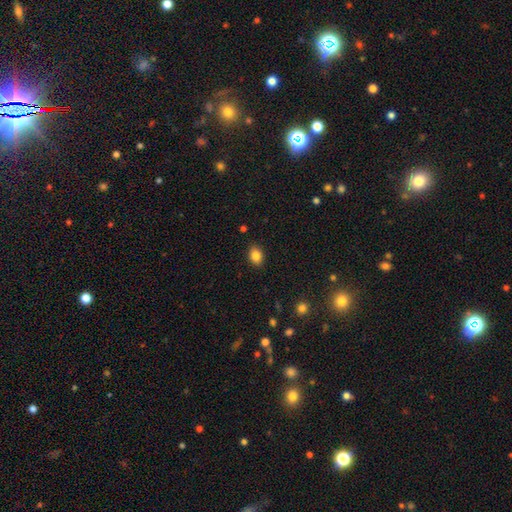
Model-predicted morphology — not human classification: This appears to be a smooth galaxy with no disk features (85%) that is in between round and cigar-shaped (70%). Merging: none (88%).